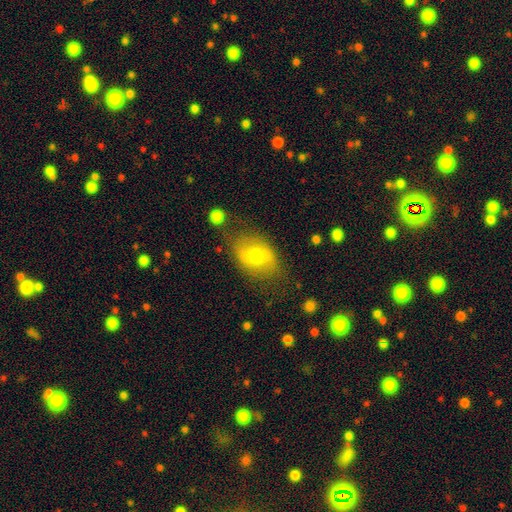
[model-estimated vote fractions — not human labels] Q: Smooth or featured?
A: smooth (54%); runner-up: featured or disk (38%)
Q: How rounded?
A: in between (80%); runner-up: round (18%)
Q: Merging?
A: none (68%); runner-up: minor disturbance (21%)